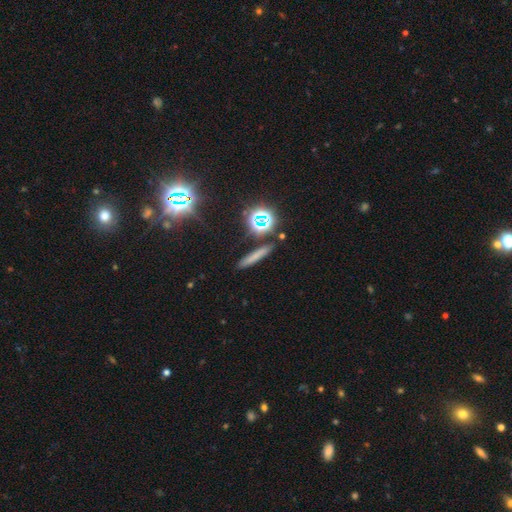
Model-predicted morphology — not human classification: smooth-or-featured: smooth: 62% | star or artifact: 22% | featured or disk: 16%
  how-rounded: cigar-shaped: 87% | in between: 6% | round: 6%
  merging: none: 87% | minor disturbance: 8% | merger: 3% | major disturbance: 2%